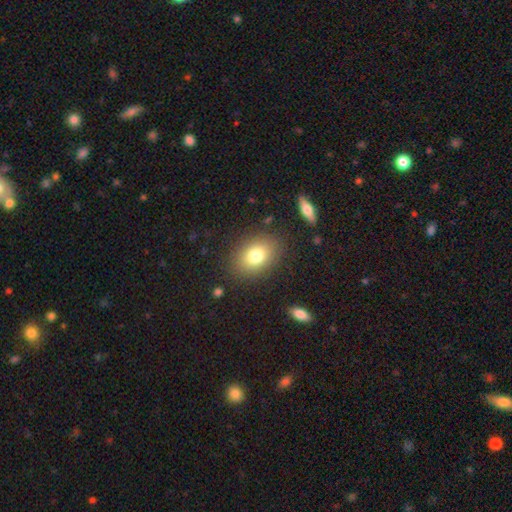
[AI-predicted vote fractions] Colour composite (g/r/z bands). It shows a smooth galaxy with no disk features (79%) that is in between round and cigar-shaped (71%). Merging: none (85%).